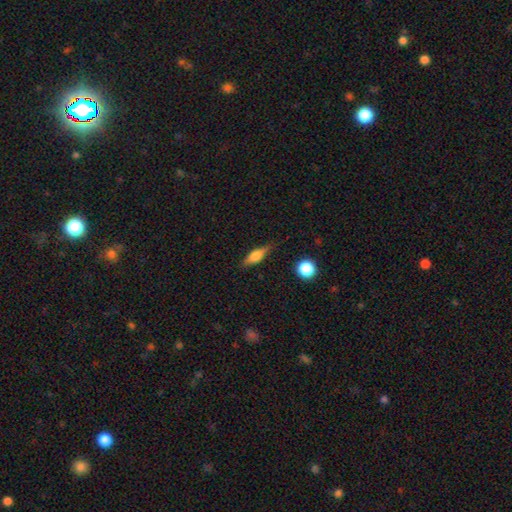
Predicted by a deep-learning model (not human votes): Smooth or featured? smooth (53%)
How rounded? in between (52%)
Merging? none (76%)